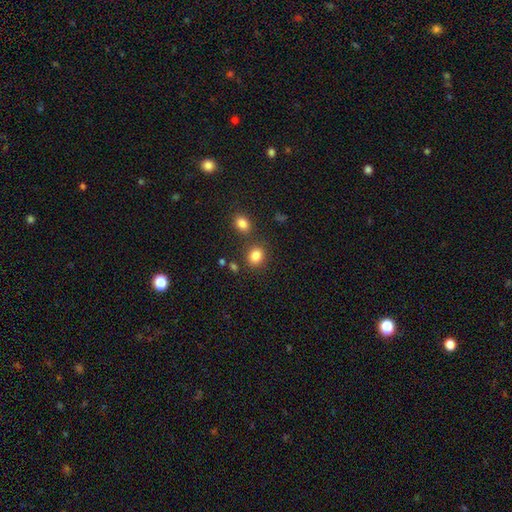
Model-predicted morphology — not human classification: smooth 85%, star or artifact 10%, featured or disk 5%. Down the decision tree: how rounded — round (60%); merging — none (76%).